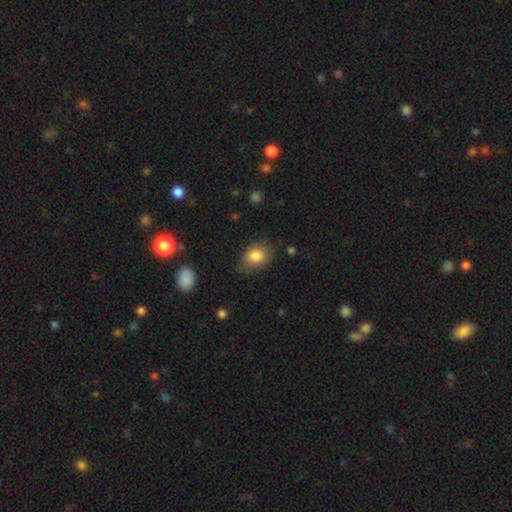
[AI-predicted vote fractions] smooth-or-featured: smooth: 84% | star or artifact: 8% | featured or disk: 8%
  how-rounded: in between: 71% | round: 28% | cigar-shaped: 1%
  merging: none: 71% | minor disturbance: 21% | major disturbance: 6% | merger: 2%